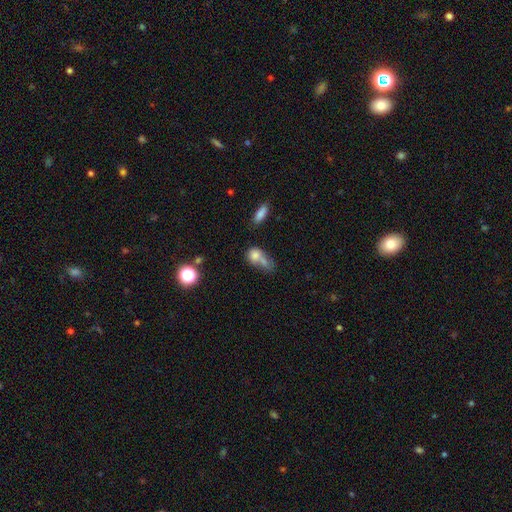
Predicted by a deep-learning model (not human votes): A smooth galaxy with no disk features (73%) that is in between round and cigar-shaped (56%).

Vote fractions:
- Smooth or featured? smooth: 73% / featured or disk: 15% / star or artifact: 12%
- How rounded? in between: 56% / round: 39% / cigar-shaped: 5%
- Merging? merger: 55% / none: 22% / major disturbance: 12% / minor disturbance: 12%